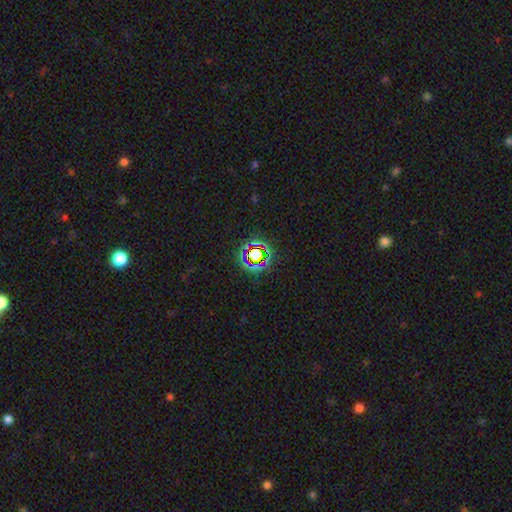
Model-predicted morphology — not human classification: star or artifact 68%, smooth 20%, featured or disk 12%.